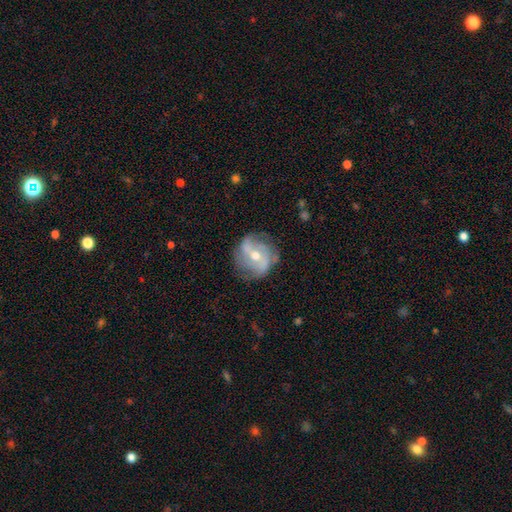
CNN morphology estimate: smooth_or_featured: featured or disk (p=0.79) [alt: smooth p=0.14]
disk_edge_on: no (p=0.97) [alt: yes p=0.03]
bar: weak (p=0.40) [alt: no p=0.35]
has_spiral_arms: yes (p=0.89) [alt: no p=0.11]
spiral_winding: medium (p=0.41) [alt: loose p=0.31]
spiral_arm_count: 2 (p=0.53) [alt: can't tell p=0.19]
bulge_size: moderate (p=0.64) [alt: small p=0.32]
merging: none (p=0.72) [alt: minor disturbance p=0.18]